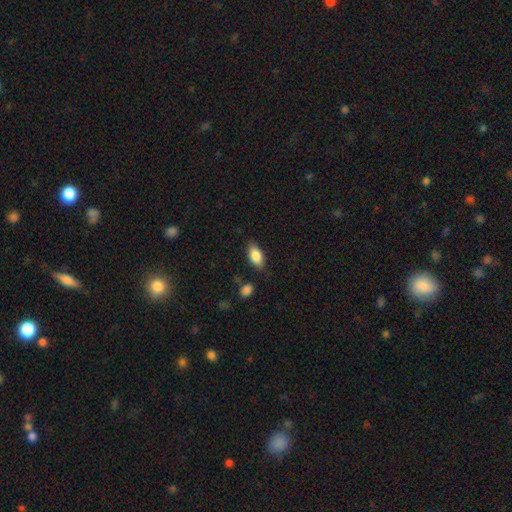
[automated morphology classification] Overall: smooth (83%). How rounded: in between (90%). Merging: none (79%).